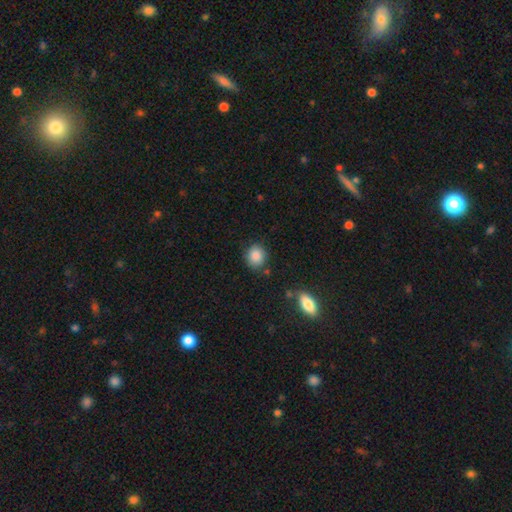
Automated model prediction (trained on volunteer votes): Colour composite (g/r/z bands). It shows a smooth galaxy with no disk features (87%) that is round (75%). Merging: none (82%).